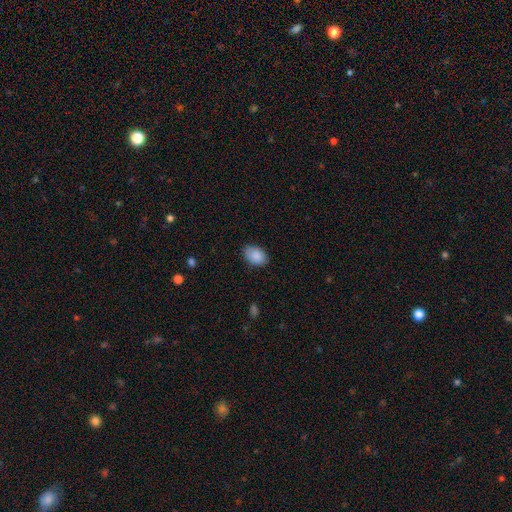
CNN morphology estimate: This is clearly a smooth galaxy (89%). How rounded: clearly in between (84%). Merging: clearly none (83%).